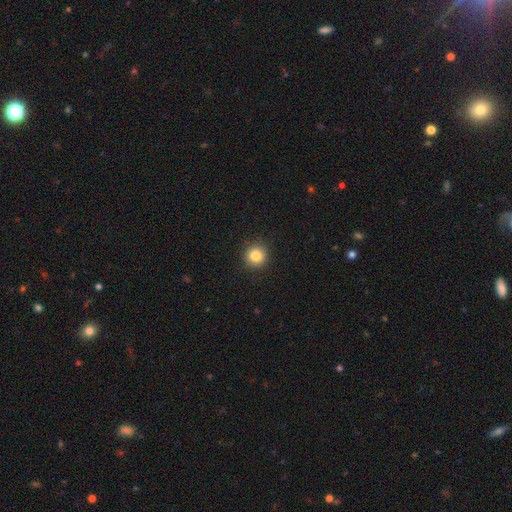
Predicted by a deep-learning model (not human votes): Morphology: type=smooth (84%); roundness=round (93%); merging=none (91%).